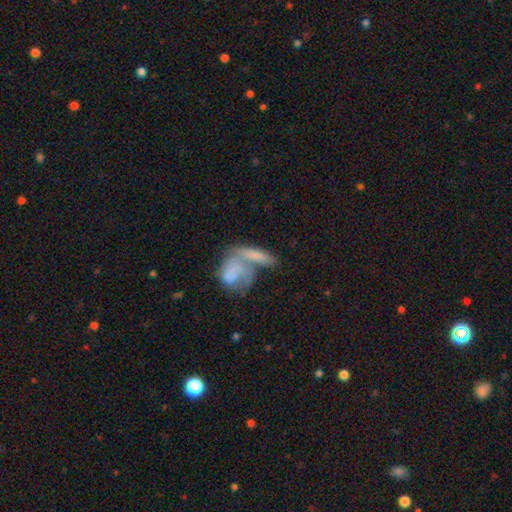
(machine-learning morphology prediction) Overall: smooth (65%; featured or disk 28%). How rounded: in between (59%; cigar-shaped 24%). Merging: merger (56%; none 24%).